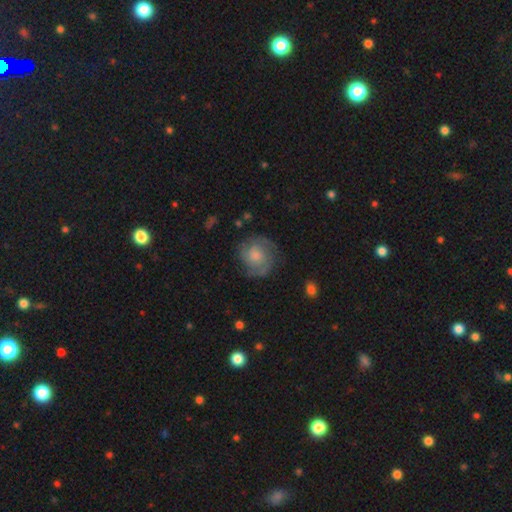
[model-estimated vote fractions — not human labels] Overall: featured or disk (54%; smooth 39%). Edge-on disk: no (98%). Bar: no (76%). Spiral arms: yes (84%). Bulge size: moderate (38%; small 37%). Merging: none (70%).